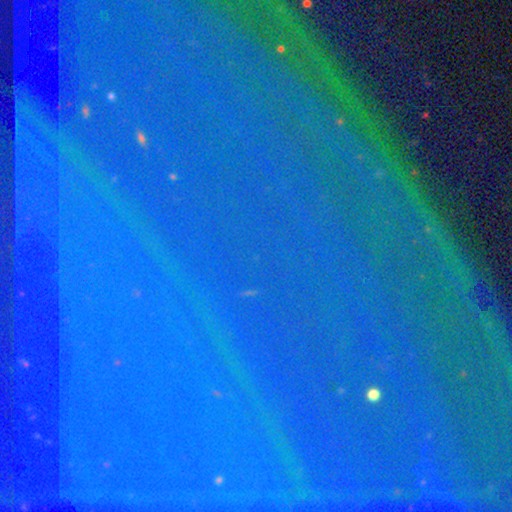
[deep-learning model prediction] Smooth or featured? star or artifact (84%)